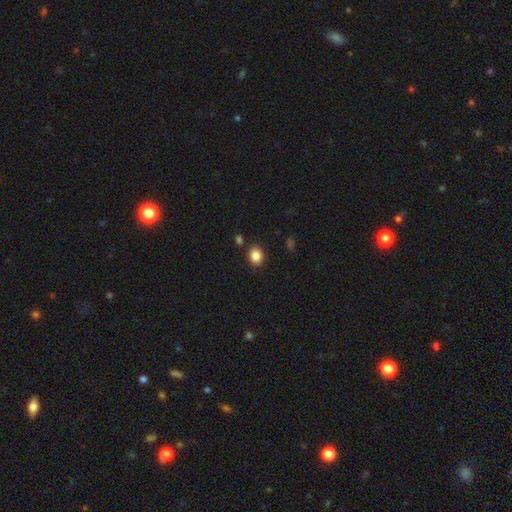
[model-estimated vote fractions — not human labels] This is clearly a smooth galaxy (86%). How rounded: possibly in between (50%). Merging: clearly none (86%).